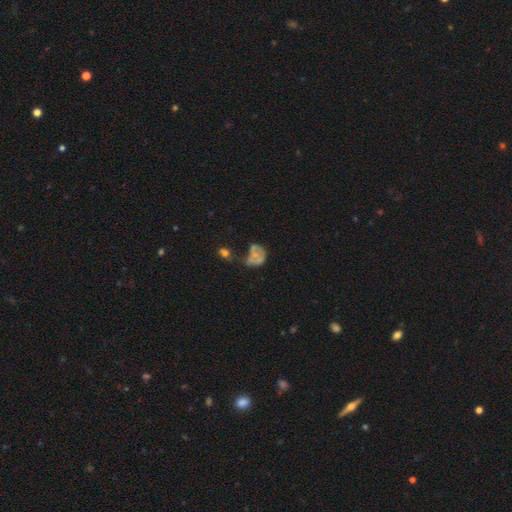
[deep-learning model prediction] smooth_or_featured: featured or disk (p=0.44) [alt: smooth p=0.43]
merging: major disturbance (p=0.31) [alt: none p=0.23]